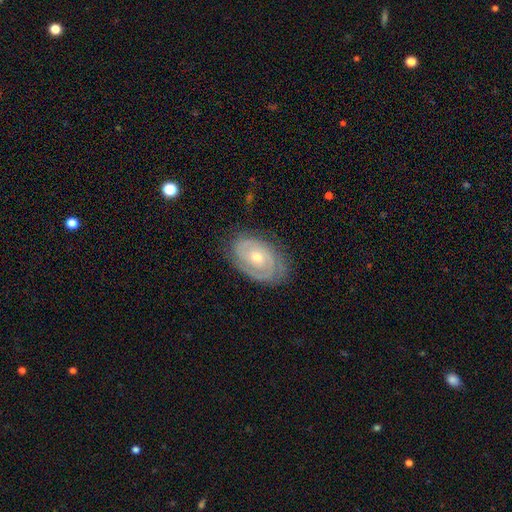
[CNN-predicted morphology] Q: Smooth or featured?
A: featured or disk (84%); runner-up: smooth (10%)
Q: Edge-on disk?
A: no (96%); runner-up: yes (4%)
Q: Bar?
A: no (72%); runner-up: weak (22%)
Q: Spiral arms?
A: yes (93%); runner-up: no (7%)
Q: Spiral winding?
A: tight (74%); runner-up: medium (21%)
Q: Spiral arm count?
A: 2 (57%); runner-up: can't tell (21%)
Q: Bulge size?
A: moderate (52%); runner-up: small (45%)
Q: Merging?
A: none (78%); runner-up: minor disturbance (16%)